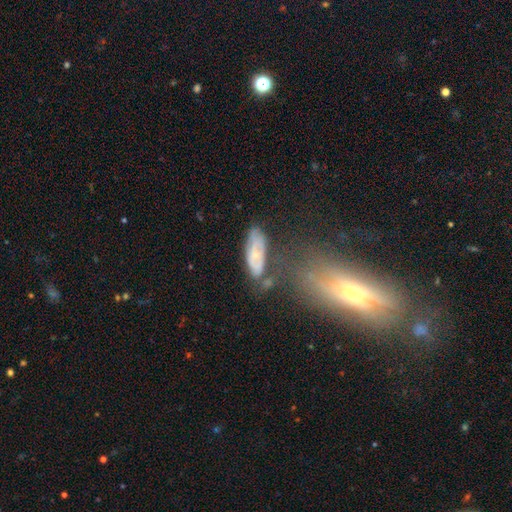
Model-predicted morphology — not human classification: featured or disk 53%, smooth 39%, star or artifact 8%. Down the decision tree: edge-on disk — no (83%); merging — none (55%).